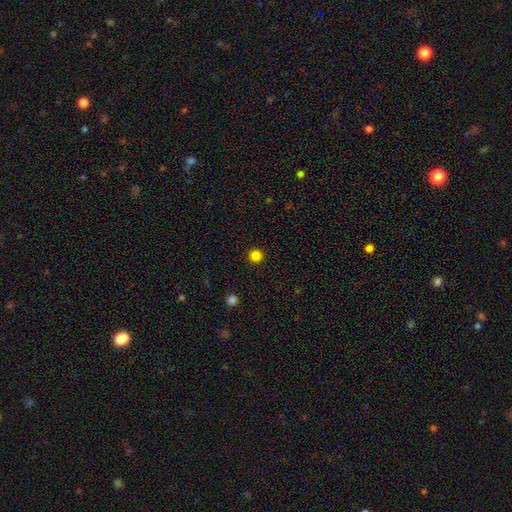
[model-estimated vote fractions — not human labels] Overall: smooth (84%). How rounded: round (96%). Merging: none (93%).